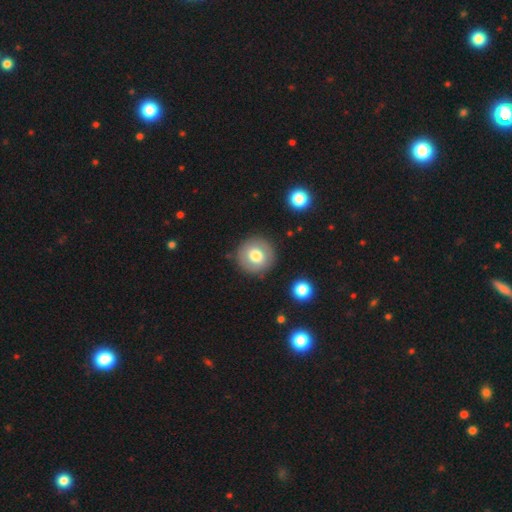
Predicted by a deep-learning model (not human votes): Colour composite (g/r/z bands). It shows a smooth galaxy with no disk features (72%) that is round (95%). Merging: none (88%).